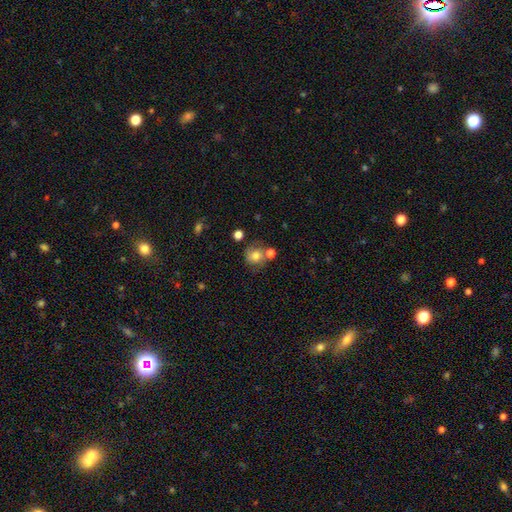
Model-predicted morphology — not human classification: Smooth or featured?
  - smooth: 73% *
  - featured or disk: 16%
  - star or artifact: 11%
How rounded?
  - round: 85% *
  - in between: 14%
  - cigar-shaped: 1%
Merging?
  - none: 60% *
  - merger: 18%
  - minor disturbance: 16%
  - major disturbance: 6%